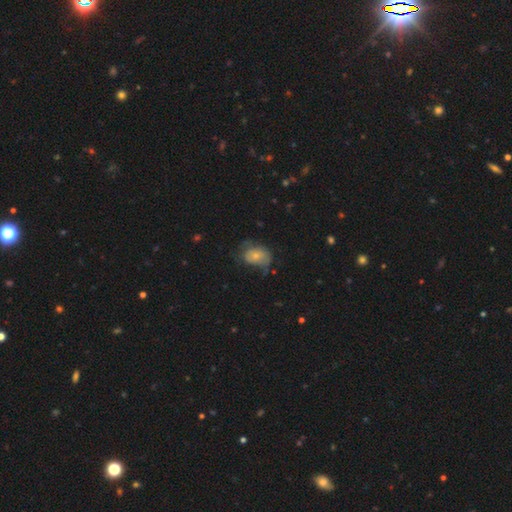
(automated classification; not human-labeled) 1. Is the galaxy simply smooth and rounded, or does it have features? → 61% smooth, 31% featured or disk, 9% star or artifact.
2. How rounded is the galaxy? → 73% in between, 26% round, 1% cigar-shaped.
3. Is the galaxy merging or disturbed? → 37% none, 32% minor disturbance, 28% major disturbance, 2% merger.